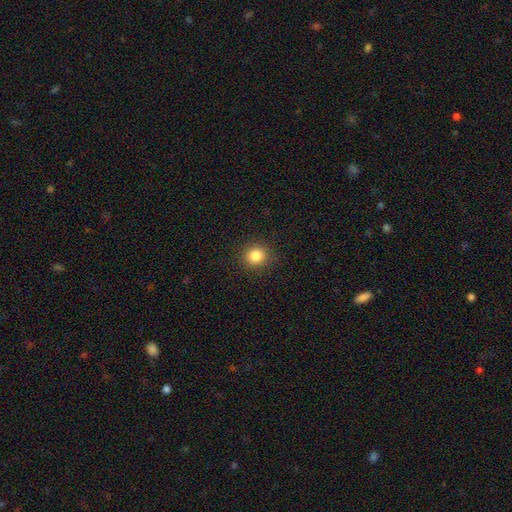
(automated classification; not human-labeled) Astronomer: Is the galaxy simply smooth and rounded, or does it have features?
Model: smooth — 84%.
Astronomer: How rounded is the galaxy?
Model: round — 87%.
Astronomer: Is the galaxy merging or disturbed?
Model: none — 90%.